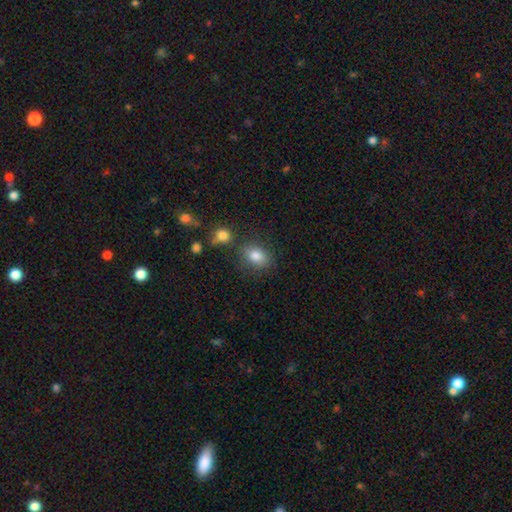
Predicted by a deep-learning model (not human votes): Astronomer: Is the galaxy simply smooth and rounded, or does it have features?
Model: smooth — 82%.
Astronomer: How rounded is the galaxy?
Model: in between — 72%.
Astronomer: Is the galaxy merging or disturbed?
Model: none — 70%.